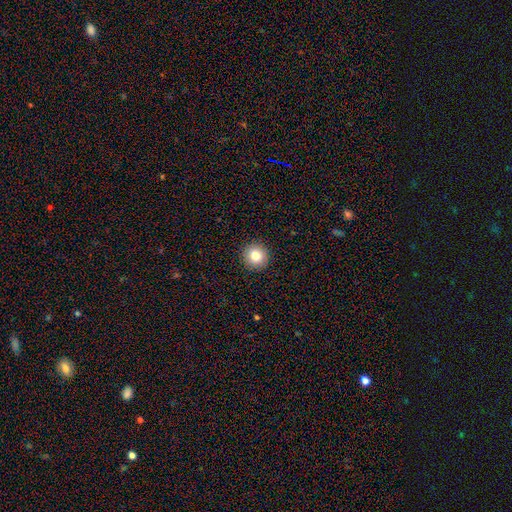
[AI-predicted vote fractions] This is clearly a smooth galaxy (83%). How rounded: clearly round (95%). Merging: clearly none (93%).